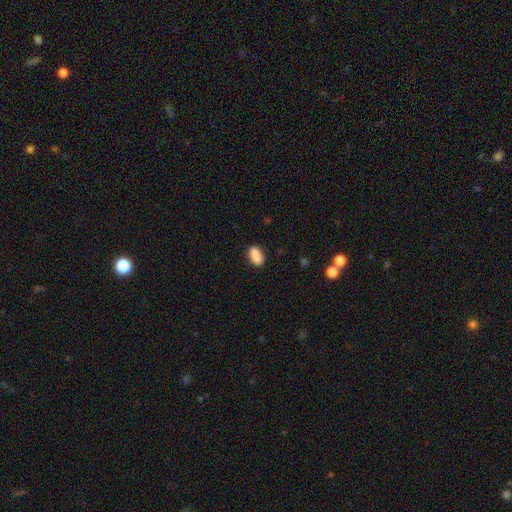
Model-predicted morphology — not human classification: Smooth or featured?
  - smooth: 88% *
  - star or artifact: 7%
  - featured or disk: 4%
How rounded?
  - in between: 88% *
  - cigar-shaped: 8%
  - round: 4%
Merging?
  - none: 87% *
  - minor disturbance: 9%
  - major disturbance: 2%
  - merger: 1%